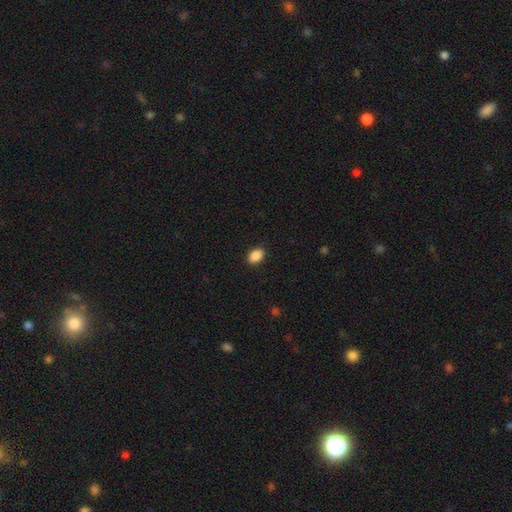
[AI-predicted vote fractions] This is clearly a smooth galaxy (89%). How rounded: clearly in between (81%). Merging: clearly none (89%).